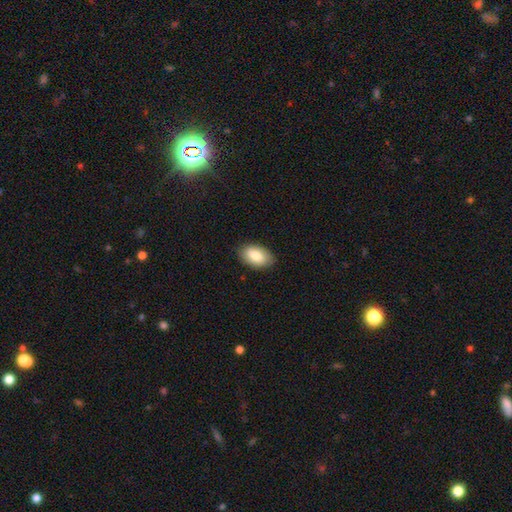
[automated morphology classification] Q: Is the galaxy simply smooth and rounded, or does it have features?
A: smooth — 81%.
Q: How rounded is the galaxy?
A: in between — 93%.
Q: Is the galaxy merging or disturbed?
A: none — 86%.